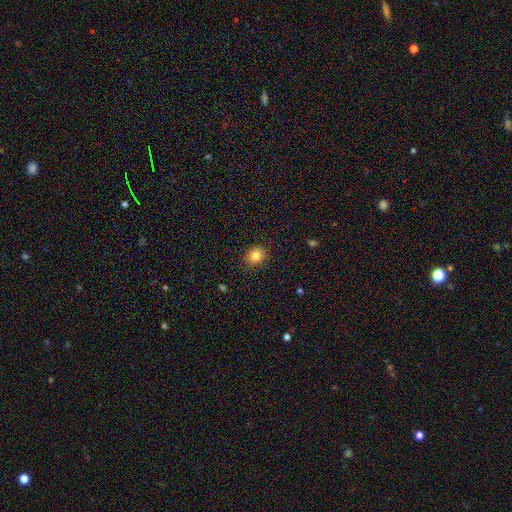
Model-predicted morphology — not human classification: smooth-or-featured: smooth: 82% | star or artifact: 11% | featured or disk: 7%
  how-rounded: round: 77% | in between: 22% | cigar-shaped: 1%
  merging: none: 88% | minor disturbance: 8% | major disturbance: 2% | merger: 1%